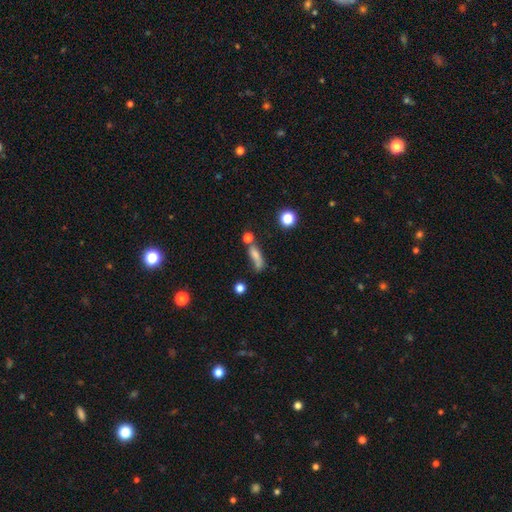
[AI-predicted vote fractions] A smooth galaxy with no disk features (68%) that is in between round and cigar-shaped (47%).

Vote fractions:
- Smooth or featured? smooth: 68% / featured or disk: 19% / star or artifact: 14%
- How rounded? in between: 47% / cigar-shaped: 43% / round: 10%
- Merging? none: 39% / merger: 24% / minor disturbance: 20% / major disturbance: 17%